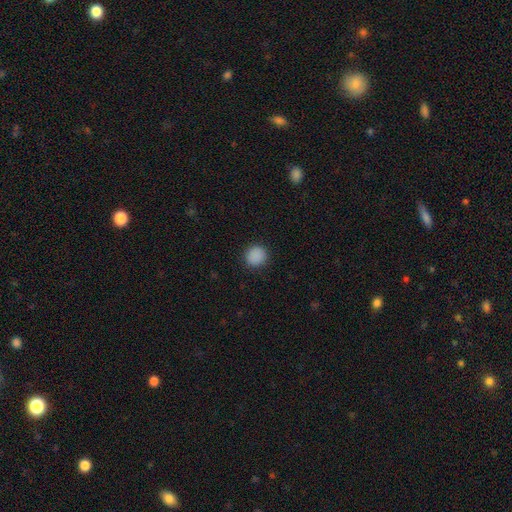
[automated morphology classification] Smooth or featured?
  - smooth: 88% *
  - star or artifact: 10%
  - featured or disk: 2%
How rounded?
  - round: 90% *
  - in between: 9%
  - cigar-shaped: 1%
Merging?
  - none: 90% *
  - minor disturbance: 7%
  - major disturbance: 2%
  - merger: 1%